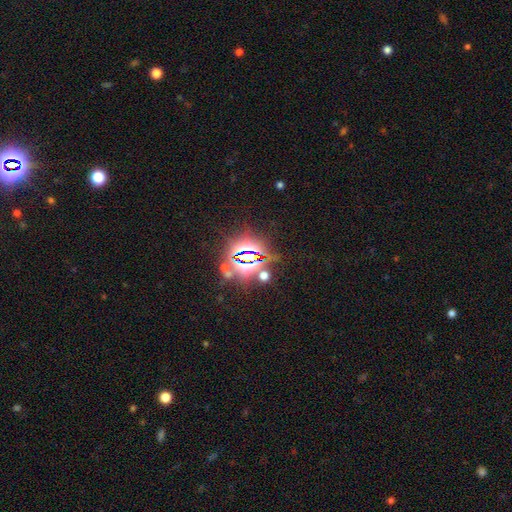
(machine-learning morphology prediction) star or artifact 78%, smooth 14%, featured or disk 8%.